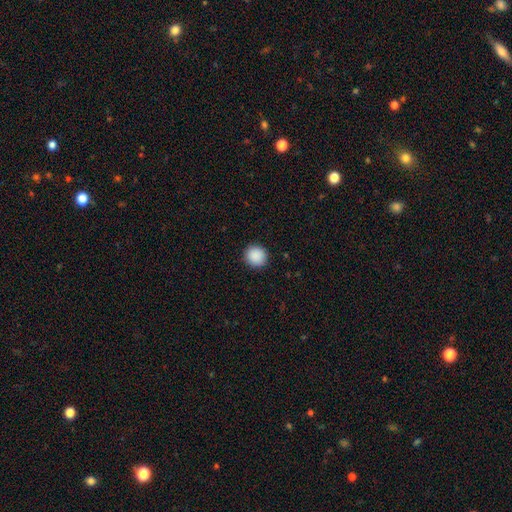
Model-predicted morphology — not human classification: type=smooth (90%); roundness=round (91%); merging=none (92%).